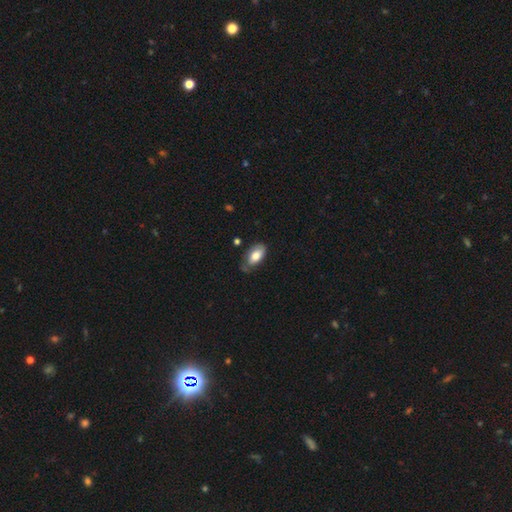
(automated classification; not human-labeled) A smooth galaxy with no disk features (75%) that is in between round and cigar-shaped (93%).

Vote fractions:
- Smooth or featured? smooth: 75% / featured or disk: 18% / star or artifact: 6%
- How rounded? in between: 93% / round: 4% / cigar-shaped: 3%
- Merging? none: 52% / minor disturbance: 34% / major disturbance: 11% / merger: 3%